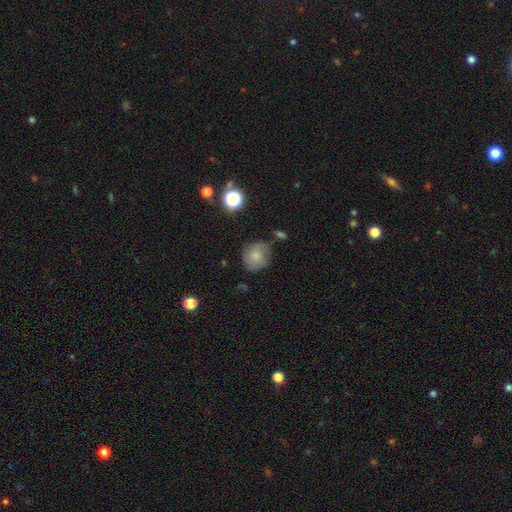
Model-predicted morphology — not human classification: Q: Smooth or featured?
A: smooth (65%); runner-up: featured or disk (24%)
Q: How rounded?
A: round (76%); runner-up: in between (23%)
Q: Merging?
A: none (64%); runner-up: minor disturbance (25%)